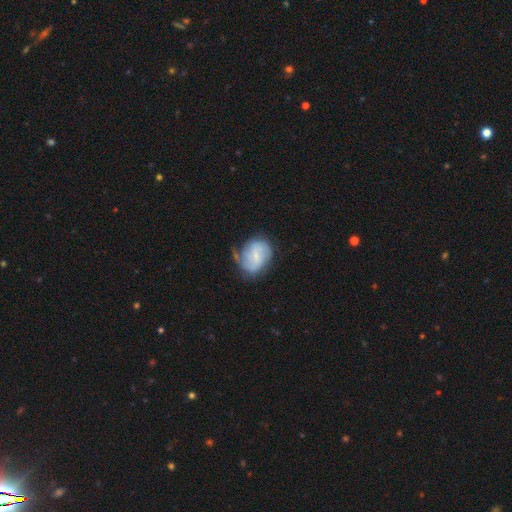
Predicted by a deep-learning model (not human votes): The model was most divided on "bar": weak: 45%, no: 44%, strong: 11%. Remaining: edge-on disk — no (98%); spiral arms — yes (80%); bulge size — small (67%); smooth or featured — featured or disk (56%); merging — none (46%).